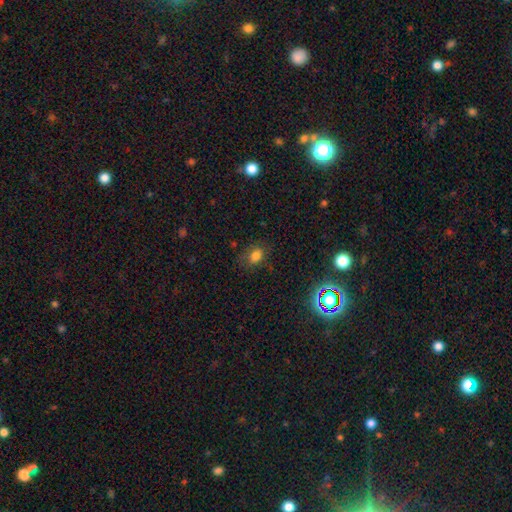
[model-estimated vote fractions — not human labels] Smooth or featured? Predicted: smooth (p=0.77). How rounded? Predicted: in between (p=0.72). Merging? Predicted: none (p=0.72).